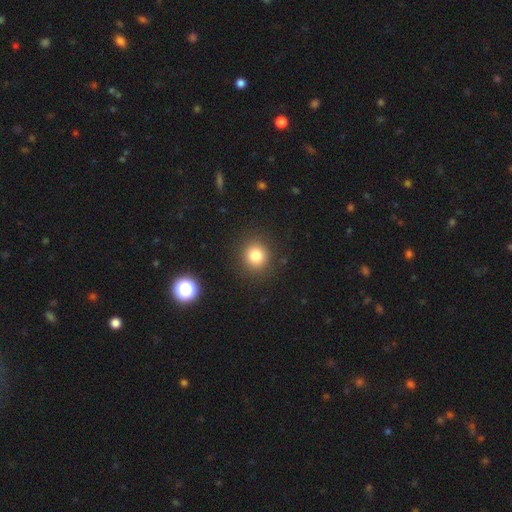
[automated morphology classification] Smooth or featured?
  - smooth: 81% *
  - star or artifact: 13%
  - featured or disk: 6%
How rounded?
  - round: 89% *
  - in between: 10%
  - cigar-shaped: 1%
Merging?
  - none: 90% *
  - minor disturbance: 6%
  - major disturbance: 3%
  - merger: 1%